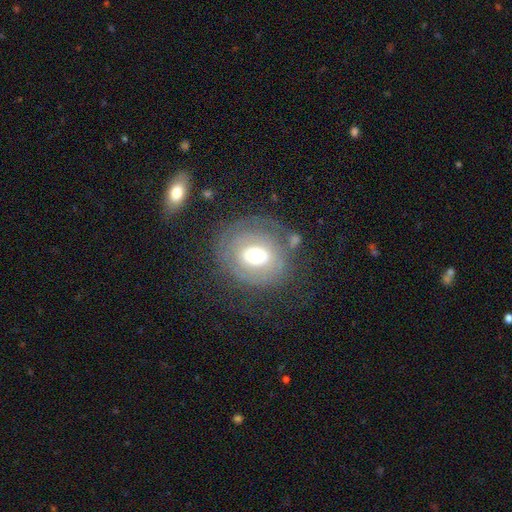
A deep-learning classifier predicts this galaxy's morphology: This appears to be a featured or disk galaxy (50%). Merging: none (61%).